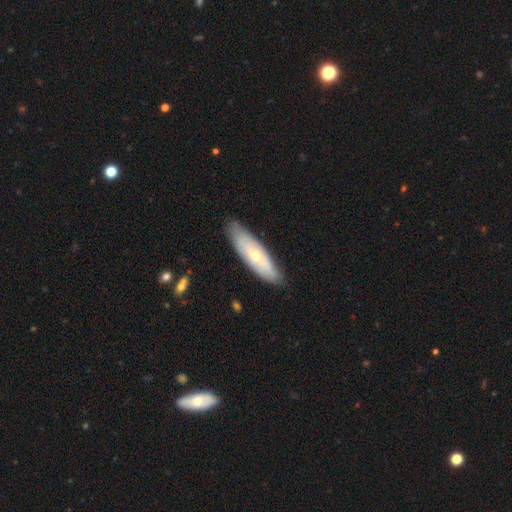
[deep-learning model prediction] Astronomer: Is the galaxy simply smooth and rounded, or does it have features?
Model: featured or disk — 49% (runner-up: smooth, 45%).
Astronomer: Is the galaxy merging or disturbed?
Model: none — 83%.